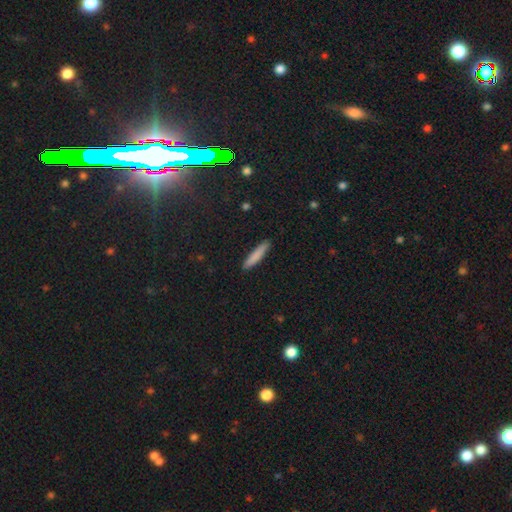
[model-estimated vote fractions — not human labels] smooth-or-featured: smooth: 83% | featured or disk: 11% | star or artifact: 6%
  how-rounded: cigar-shaped: 91% | in between: 8% | round: 1%
  merging: none: 90% | minor disturbance: 7% | major disturbance: 2% | merger: 1%